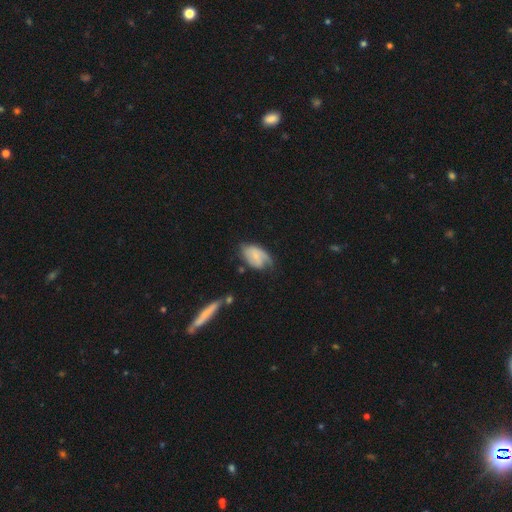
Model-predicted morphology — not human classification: This appears to be a featured or disk galaxy (51%). Merging: none (49%).